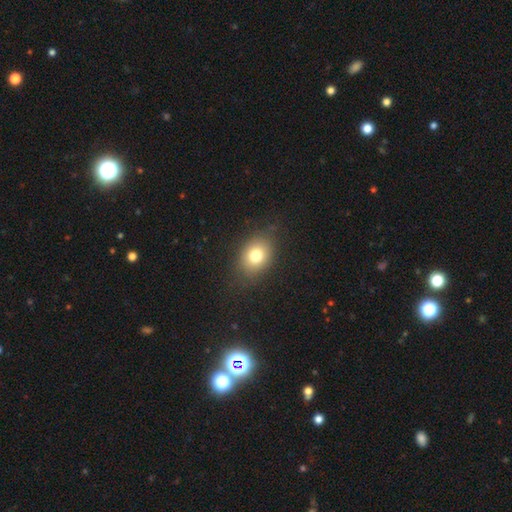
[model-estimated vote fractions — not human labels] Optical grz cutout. It shows a smooth galaxy with no disk features (77%) that is in between round and cigar-shaped (60%). Merging: none (82%).